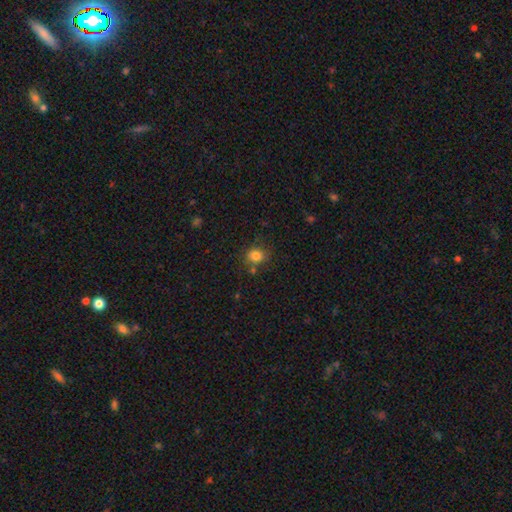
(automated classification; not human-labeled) The model was most divided on "how rounded": round: 71%, in between: 28%, cigar-shaped: 1%. More confident: smooth or featured — smooth (82%); merging — none (74%).